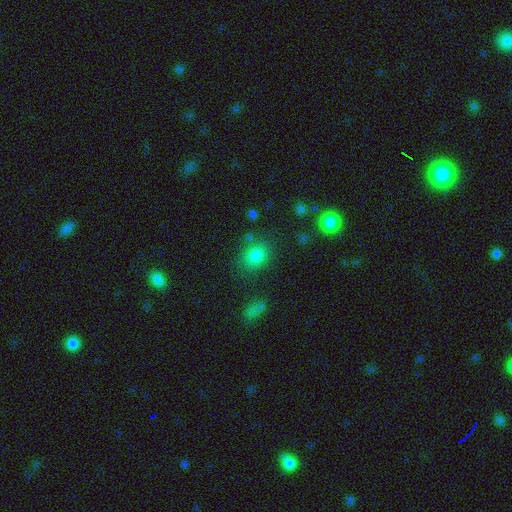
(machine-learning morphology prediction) Smooth or featured? Predicted: smooth (p=0.81). How rounded? Predicted: in between (p=0.55). Merging? Predicted: none (p=0.73).